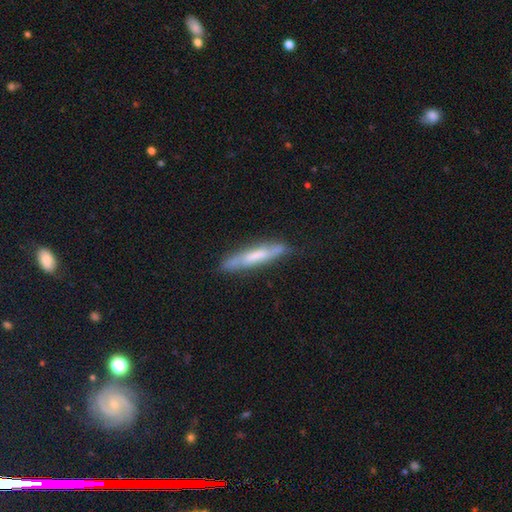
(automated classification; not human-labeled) Q: Smooth or featured?
A: featured or disk (48%); runner-up: smooth (45%)
Q: Merging?
A: none (75%); runner-up: minor disturbance (19%)